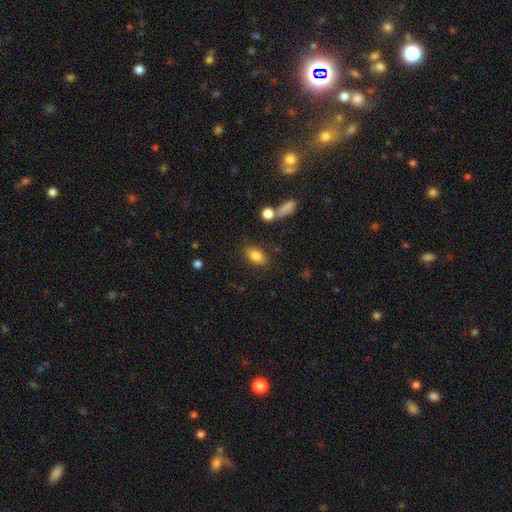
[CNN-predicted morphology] Smooth or featured?
  - smooth: 84% *
  - star or artifact: 9%
  - featured or disk: 7%
How rounded?
  - in between: 87% *
  - round: 10%
  - cigar-shaped: 3%
Merging?
  - none: 81% *
  - minor disturbance: 11%
  - merger: 4%
  - major disturbance: 4%